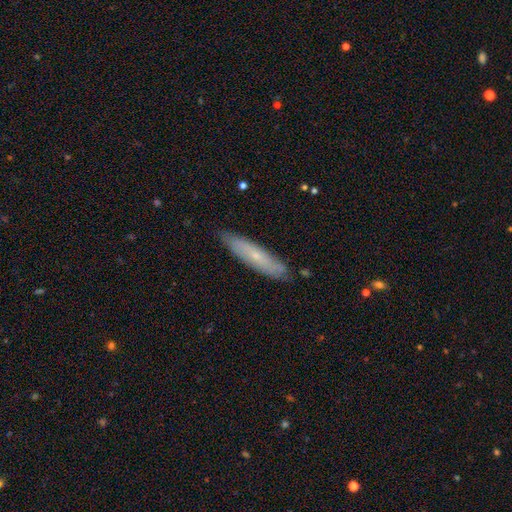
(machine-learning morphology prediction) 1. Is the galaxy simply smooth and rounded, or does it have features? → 52% smooth, 41% featured or disk, 7% star or artifact.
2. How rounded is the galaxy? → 82% cigar-shaped, 16% in between, 1% round.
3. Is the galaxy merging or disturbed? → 83% none, 14% minor disturbance, 2% major disturbance, 2% merger.